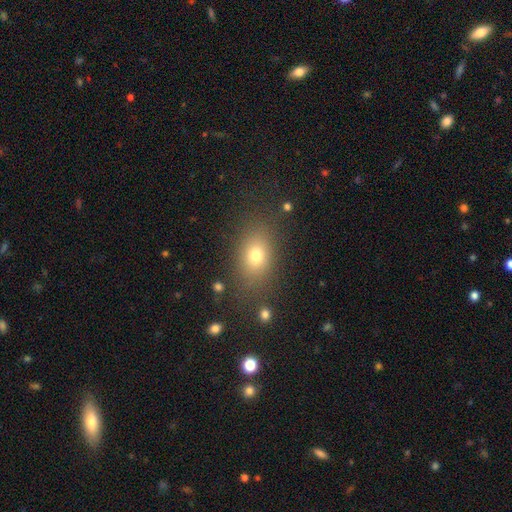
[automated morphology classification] Smooth or featured?
  - smooth: 74% *
  - star or artifact: 14%
  - featured or disk: 12%
How rounded?
  - in between: 73% *
  - round: 24%
  - cigar-shaped: 3%
Merging?
  - none: 81% *
  - minor disturbance: 12%
  - major disturbance: 5%
  - merger: 2%